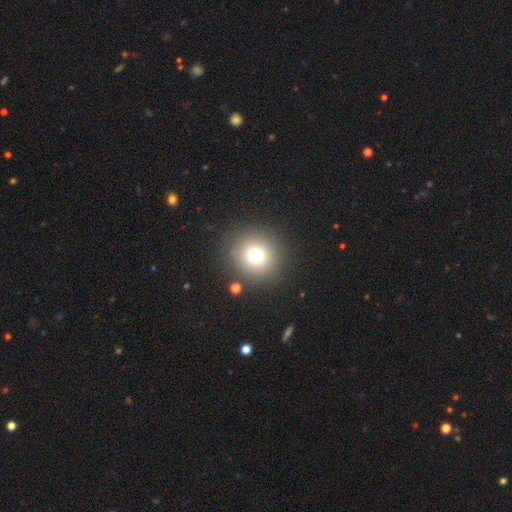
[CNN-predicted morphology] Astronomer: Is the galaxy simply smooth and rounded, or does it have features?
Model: smooth — 73%.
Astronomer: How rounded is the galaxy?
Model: round — 92%.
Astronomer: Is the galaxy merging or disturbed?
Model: none — 87%.